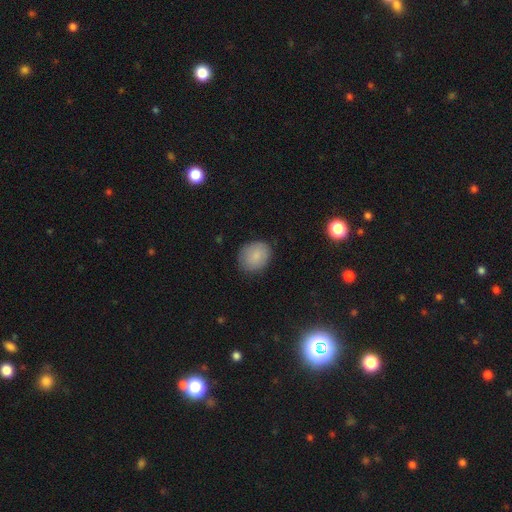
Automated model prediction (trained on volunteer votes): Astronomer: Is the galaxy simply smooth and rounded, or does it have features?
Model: smooth — 84%.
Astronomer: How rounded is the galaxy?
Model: round — 58% (runner-up: in between, 41%).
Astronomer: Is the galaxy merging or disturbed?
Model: none — 83%.